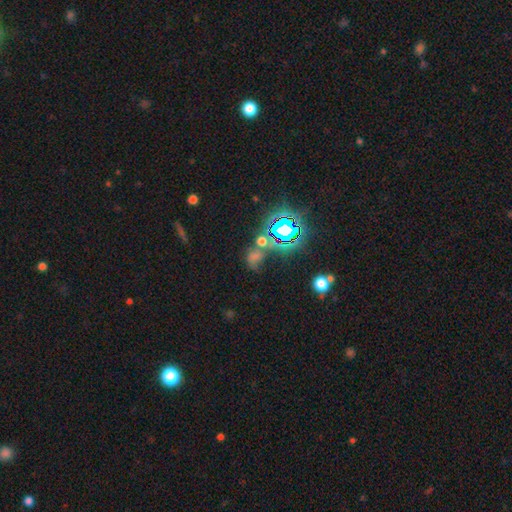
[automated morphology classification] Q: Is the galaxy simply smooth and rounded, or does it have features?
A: star or artifact — 61%.